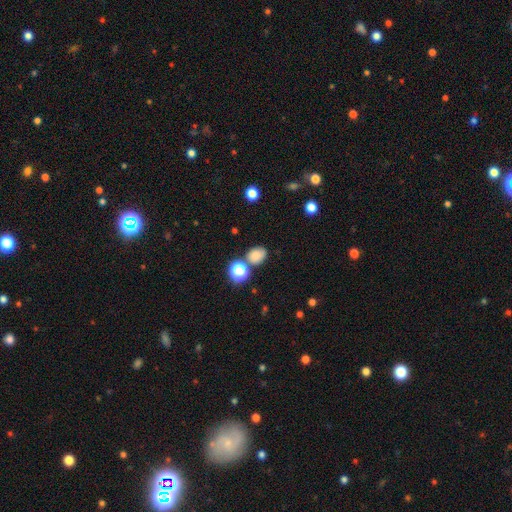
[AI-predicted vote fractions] Morphology: type=smooth (78%); roundness=round (50%); merging=none (71%).